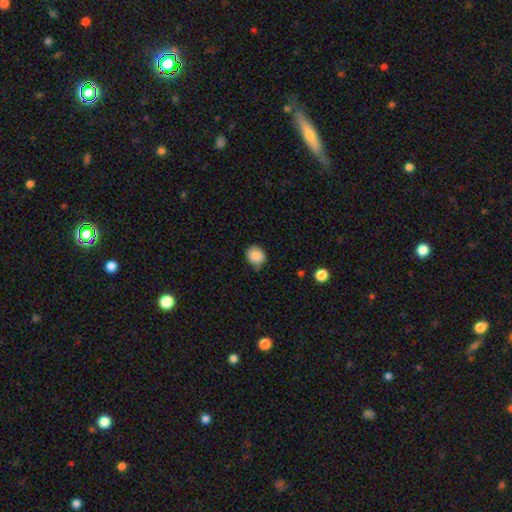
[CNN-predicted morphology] Smooth or featured?
  - smooth: 85% *
  - star or artifact: 9%
  - featured or disk: 6%
How rounded?
  - round: 77% *
  - in between: 22%
  - cigar-shaped: 1%
Merging?
  - none: 67% *
  - minor disturbance: 26%
  - major disturbance: 4%
  - merger: 3%